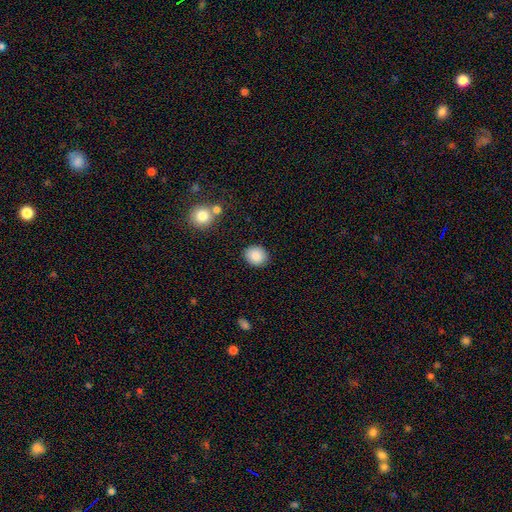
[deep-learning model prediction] Overall: smooth (87%). How rounded: round (74%). Merging: none (89%).